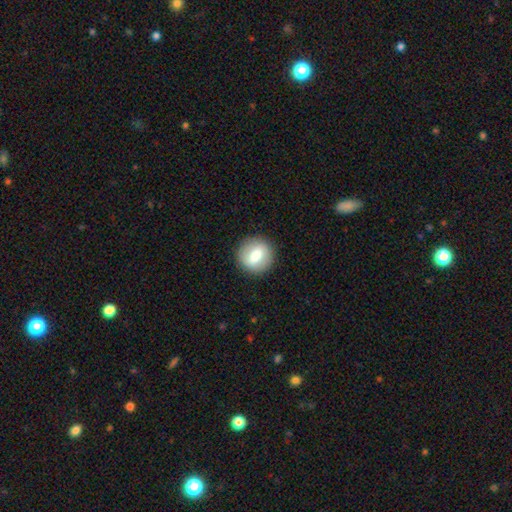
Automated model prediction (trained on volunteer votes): Smooth or featured? smooth (66%)
How rounded? round (88%)
Merging? none (89%)